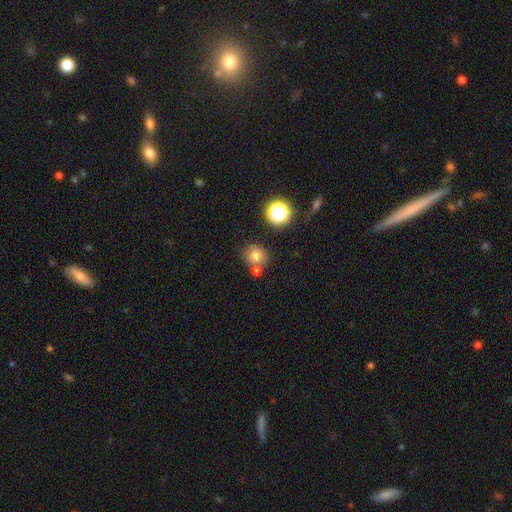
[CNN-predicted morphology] Overall: smooth (73%). How rounded: round (87%). Merging: none (68%).